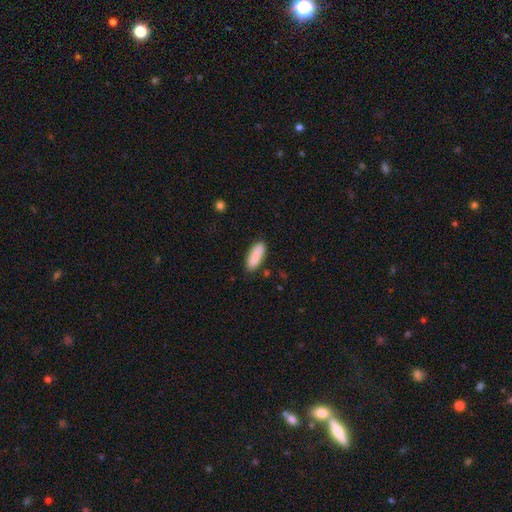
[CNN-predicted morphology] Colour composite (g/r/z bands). It shows a smooth galaxy with no disk features (90%) that is in between round and cigar-shaped (71%). Merging: none (84%).